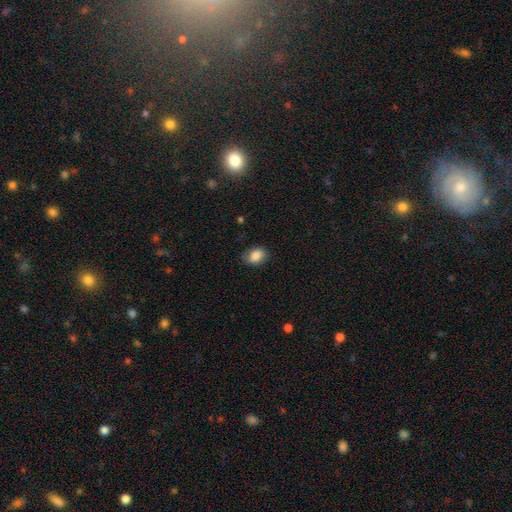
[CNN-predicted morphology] Overall: smooth (85%). How rounded: in between (74%). Merging: none (78%).